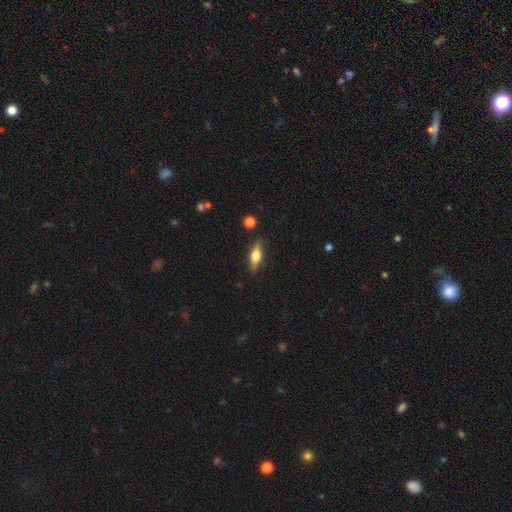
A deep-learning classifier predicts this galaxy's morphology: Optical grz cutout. It shows a smooth galaxy with no disk features (52%) that is in between round and cigar-shaped (52%). Merging: none (85%).